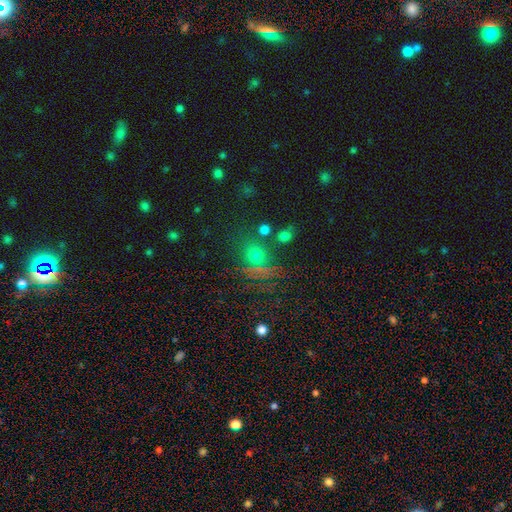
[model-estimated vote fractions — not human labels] Overall: smooth (61%; star or artifact 30%). How rounded: round (75%). Merging: none (69%).